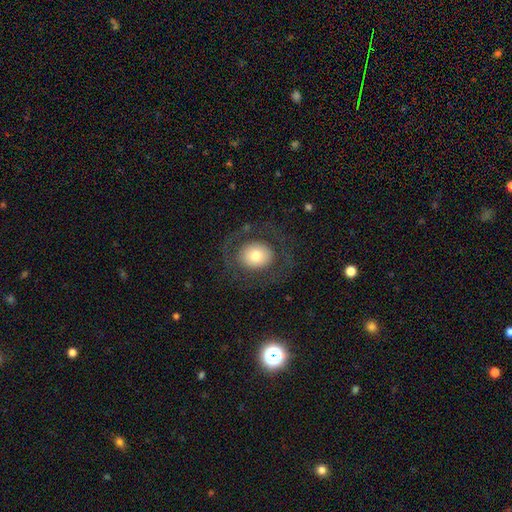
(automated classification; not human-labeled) A smooth galaxy with no disk features (60%) that is round (62%). Merging: none (75%).